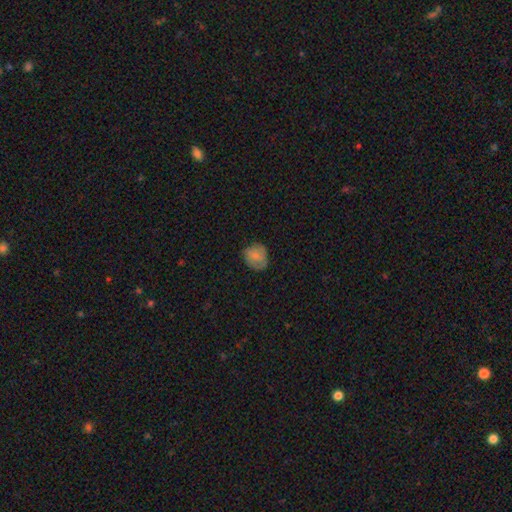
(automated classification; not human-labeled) Smooth or featured? smooth (74%)
How rounded? round (76%)
Merging? none (72%)